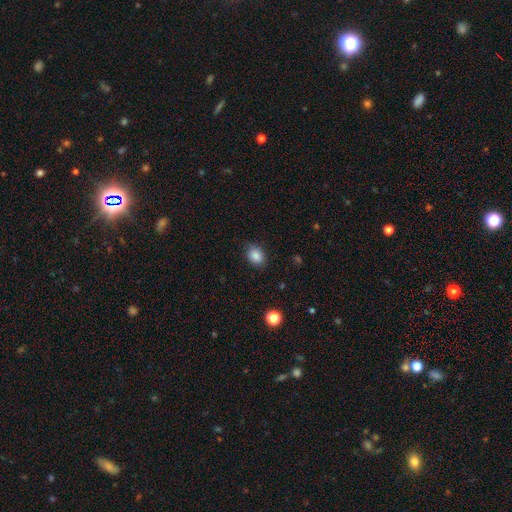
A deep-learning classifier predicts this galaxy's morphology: Q: Smooth or featured?
A: smooth (85%); runner-up: star or artifact (10%)
Q: How rounded?
A: in between (56%); runner-up: round (43%)
Q: Merging?
A: none (78%); runner-up: minor disturbance (17%)